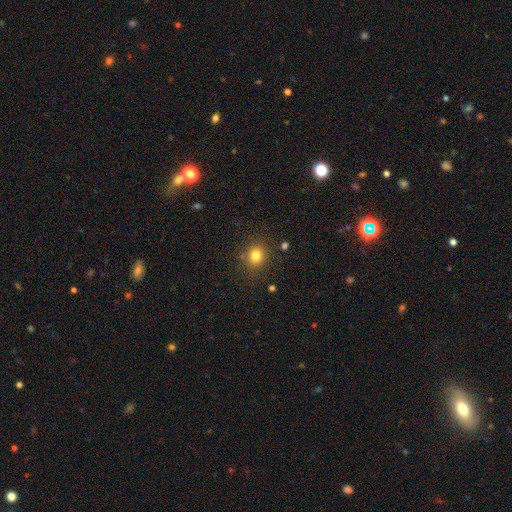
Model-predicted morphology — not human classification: This is likely a smooth galaxy (79%). How rounded: clearly round (84%). Merging: clearly none (84%).